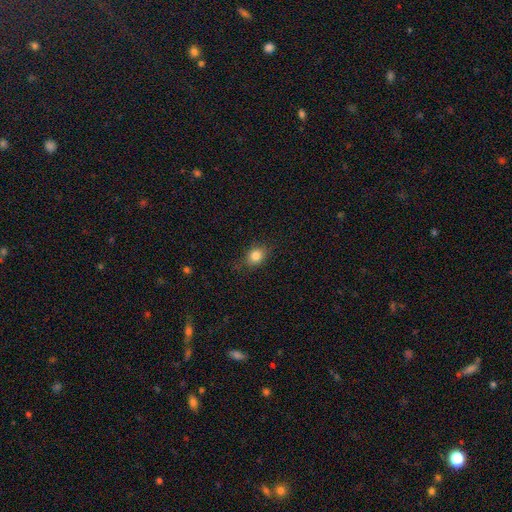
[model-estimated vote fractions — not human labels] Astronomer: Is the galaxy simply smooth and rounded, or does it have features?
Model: smooth — 82%.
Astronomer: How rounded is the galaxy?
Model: in between — 50% (runner-up: round, 48%).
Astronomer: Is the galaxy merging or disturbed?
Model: none — 77%.